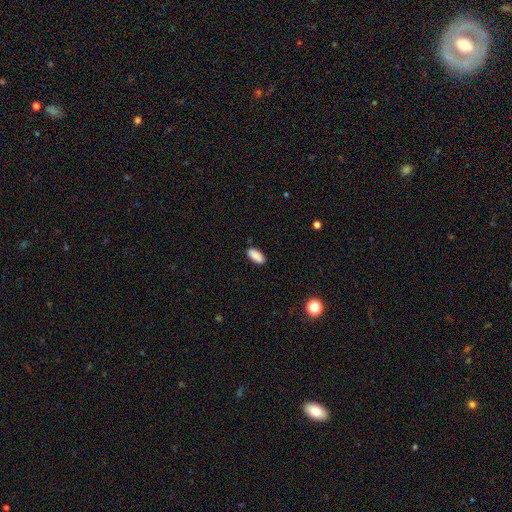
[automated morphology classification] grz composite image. It shows a smooth galaxy with no disk features (89%) that is in between round and cigar-shaped (86%). Merging: none (88%).